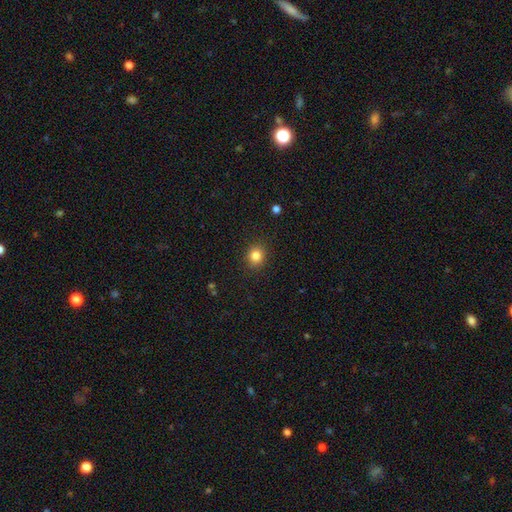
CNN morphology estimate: Smooth or featured?
  - smooth: 83% *
  - star or artifact: 12%
  - featured or disk: 5%
How rounded?
  - round: 79% *
  - in between: 20%
  - cigar-shaped: 1%
Merging?
  - none: 90% *
  - minor disturbance: 7%
  - major disturbance: 2%
  - merger: 1%